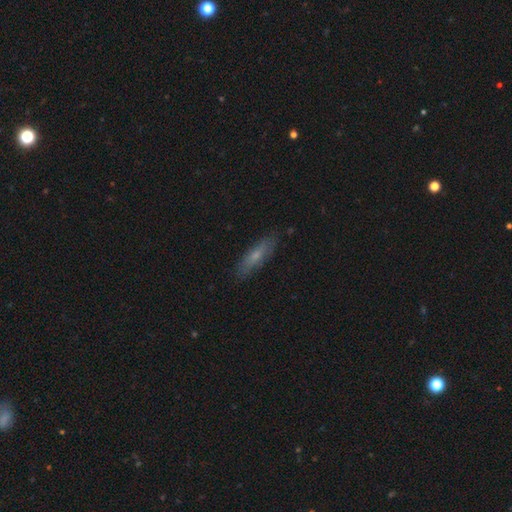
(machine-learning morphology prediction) Smooth or featured?
  - smooth: 62% *
  - featured or disk: 31%
  - star or artifact: 7%
How rounded?
  - cigar-shaped: 68% *
  - in between: 30%
  - round: 2%
Merging?
  - none: 85% *
  - minor disturbance: 12%
  - major disturbance: 2%
  - merger: 1%